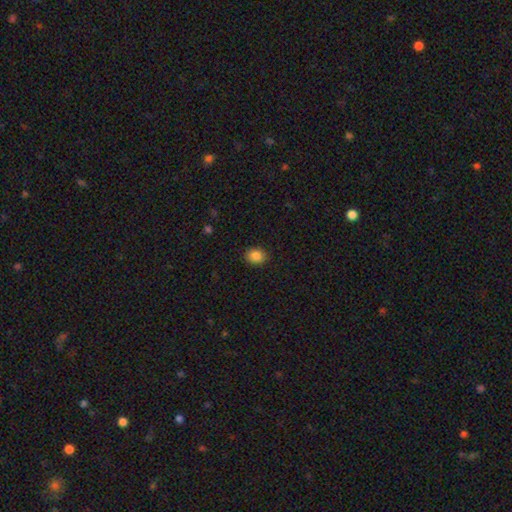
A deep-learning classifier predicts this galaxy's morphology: Q: Smooth or featured?
A: smooth (86%); runner-up: star or artifact (10%)
Q: How rounded?
A: round (59%); runner-up: in between (40%)
Q: Merging?
A: none (89%); runner-up: minor disturbance (8%)